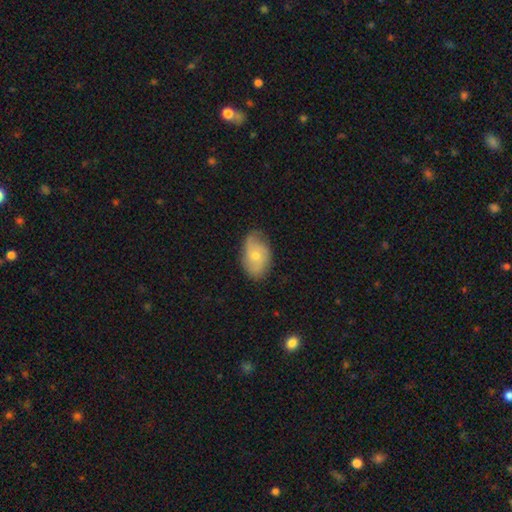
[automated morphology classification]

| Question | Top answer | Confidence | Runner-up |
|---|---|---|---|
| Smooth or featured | featured or disk | 47% | smooth (46%) |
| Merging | none | 70% | minor disturbance (23%) |